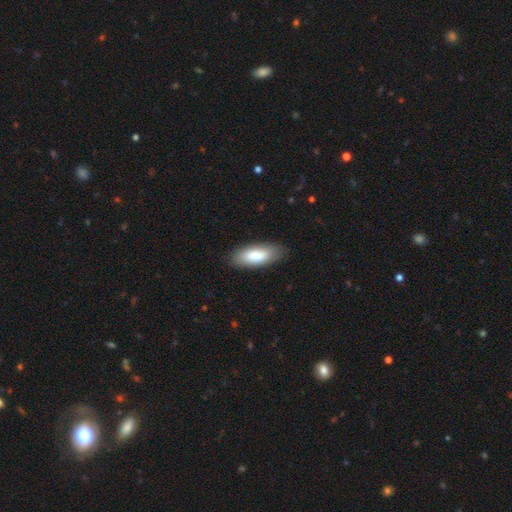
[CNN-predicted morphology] smooth-or-featured: smooth: 81% | featured or disk: 14% | star or artifact: 6%
  how-rounded: in between: 81% | cigar-shaped: 17% | round: 2%
  merging: none: 86% | minor disturbance: 11% | major disturbance: 3% | merger: 1%